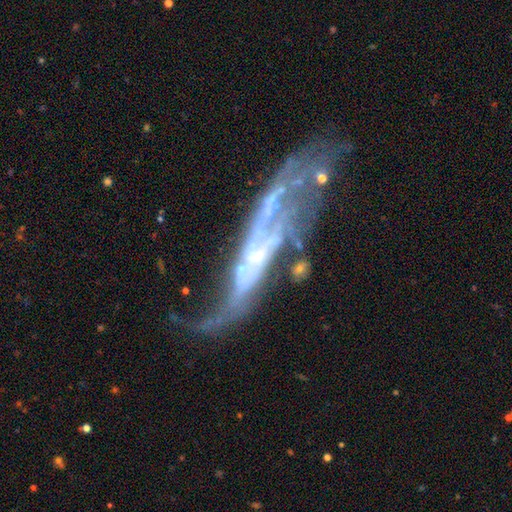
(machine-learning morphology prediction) This is likely a featured or disk galaxy (79%). It is likely not viewed edge-on (69%). Bar: possibly no (53%). Spiral arm pattern: likely yes (75%). Central bulge: possibly small (52%). Merging: marginally major disturbance (34%).